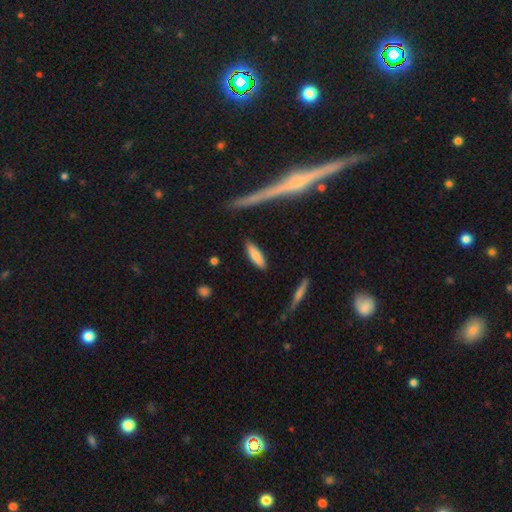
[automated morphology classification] This appears to be a smooth galaxy with no disk features (80%) that is cigar-shaped (60%). Merging: none (86%).